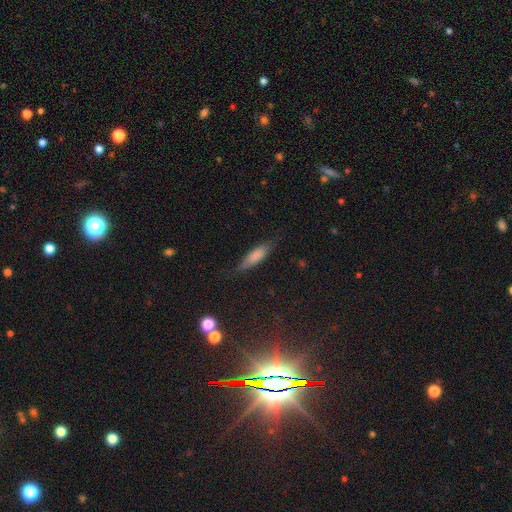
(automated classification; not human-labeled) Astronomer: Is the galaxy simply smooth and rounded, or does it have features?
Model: smooth — 77%.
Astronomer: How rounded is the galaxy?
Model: cigar-shaped — 57% (runner-up: in between, 41%).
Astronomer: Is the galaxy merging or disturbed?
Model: none — 75%.